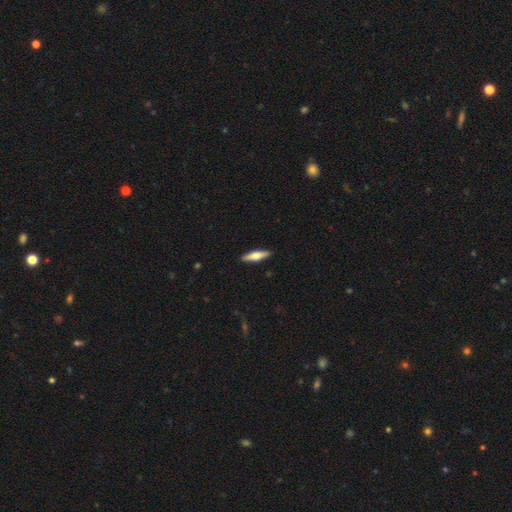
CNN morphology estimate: A smooth galaxy with no disk features (54%) that is cigar-shaped (70%).

Vote fractions:
- Smooth or featured? smooth: 54% / featured or disk: 41% / star or artifact: 5%
- How rounded? cigar-shaped: 70% / in between: 28% / round: 2%
- Merging? none: 90% / minor disturbance: 7% / major disturbance: 2% / merger: 1%